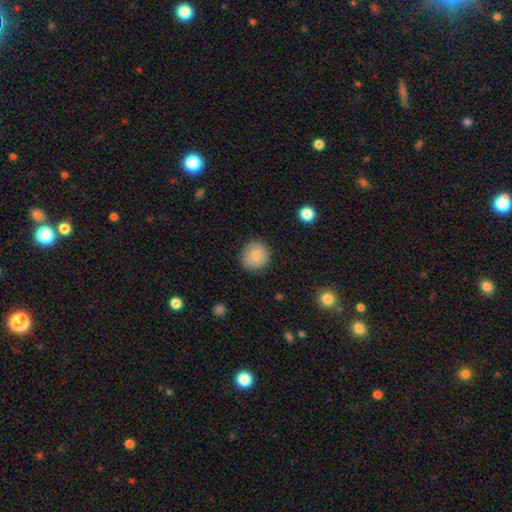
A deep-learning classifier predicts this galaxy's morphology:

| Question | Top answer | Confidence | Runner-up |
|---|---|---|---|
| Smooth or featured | smooth | 79% | featured or disk (13%) |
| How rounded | round | 93% | in between (6%) |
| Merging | none | 86% | minor disturbance (10%) |